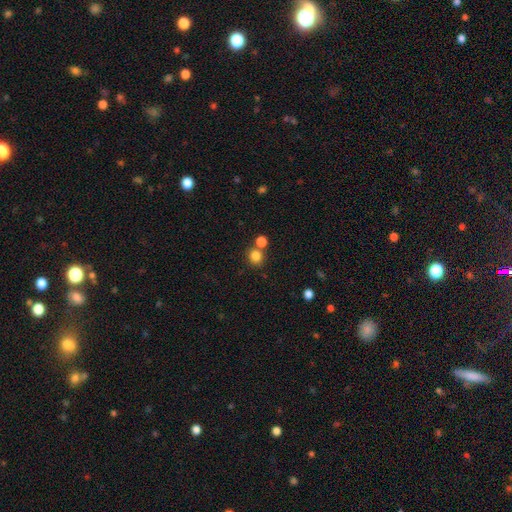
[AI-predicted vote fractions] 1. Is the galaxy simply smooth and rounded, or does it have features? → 82% smooth, 12% star or artifact, 5% featured or disk.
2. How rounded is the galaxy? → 86% round, 13% in between, 1% cigar-shaped.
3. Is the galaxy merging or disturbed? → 66% none, 23% merger, 8% minor disturbance, 3% major disturbance.